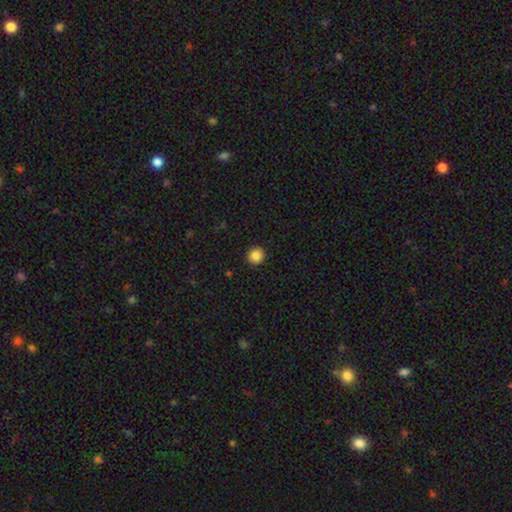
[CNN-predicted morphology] Smooth or featured? Predicted: smooth (p=0.86). How rounded? Predicted: round (p=0.93). Merging? Predicted: none (p=0.93).